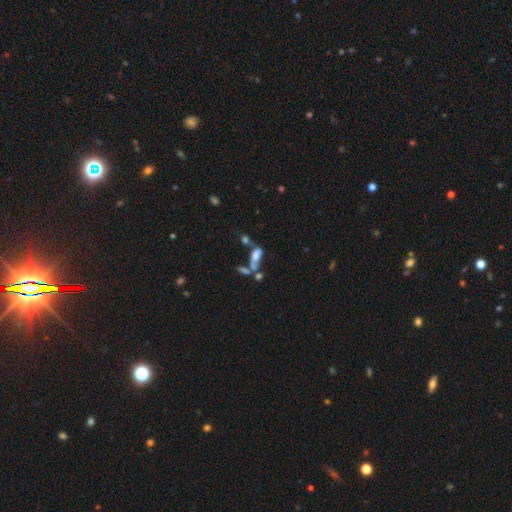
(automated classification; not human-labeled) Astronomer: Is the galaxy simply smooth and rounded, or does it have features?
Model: smooth — 60%.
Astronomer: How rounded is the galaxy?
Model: in between — 69%.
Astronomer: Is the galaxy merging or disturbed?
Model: merger — 44% (runner-up: none, 27%).